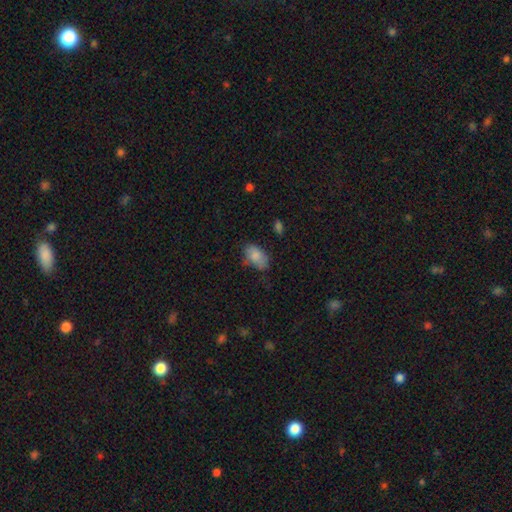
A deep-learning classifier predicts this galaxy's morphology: smooth-or-featured: smooth: 81% | featured or disk: 12% | star or artifact: 8%
  how-rounded: in between: 88% | round: 10% | cigar-shaped: 2%
  merging: none: 57% | minor disturbance: 30% | major disturbance: 10% | merger: 3%